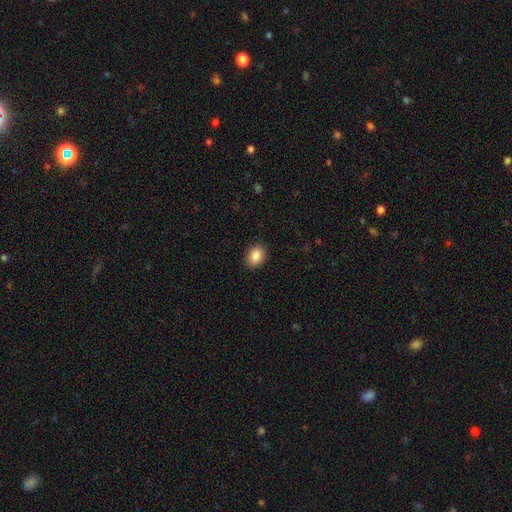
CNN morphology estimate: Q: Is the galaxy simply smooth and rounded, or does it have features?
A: smooth — 87%.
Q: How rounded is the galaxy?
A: in between — 71%.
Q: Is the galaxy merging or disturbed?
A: none — 89%.